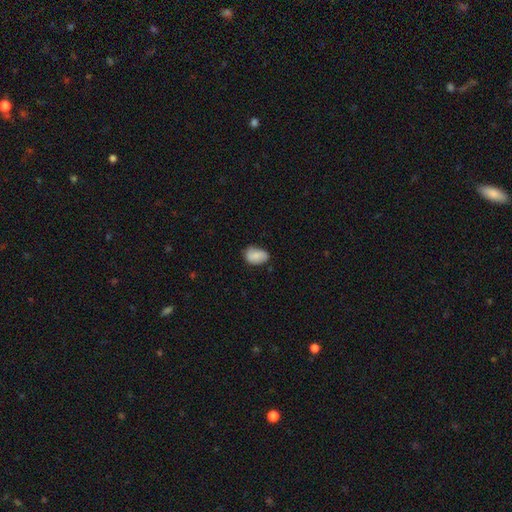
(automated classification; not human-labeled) A smooth galaxy with no disk features (81%) that is in between round and cigar-shaped (85%). Merging: none (64%).